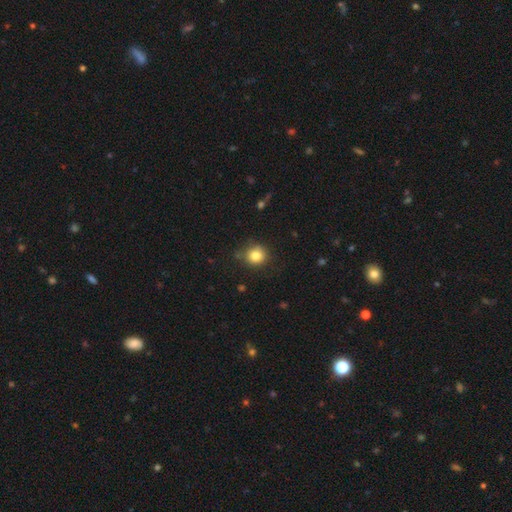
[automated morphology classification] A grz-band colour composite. It shows a smooth galaxy with no disk features (82%) that is round (86%). Merging: none (80%).